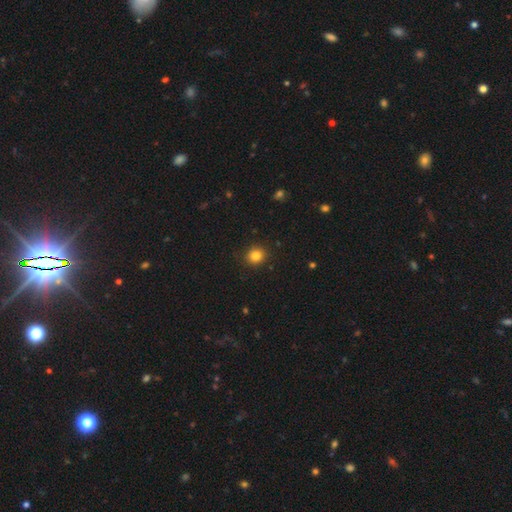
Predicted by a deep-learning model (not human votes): This is clearly a smooth galaxy (84%). How rounded: clearly round (84%). Merging: clearly none (90%).